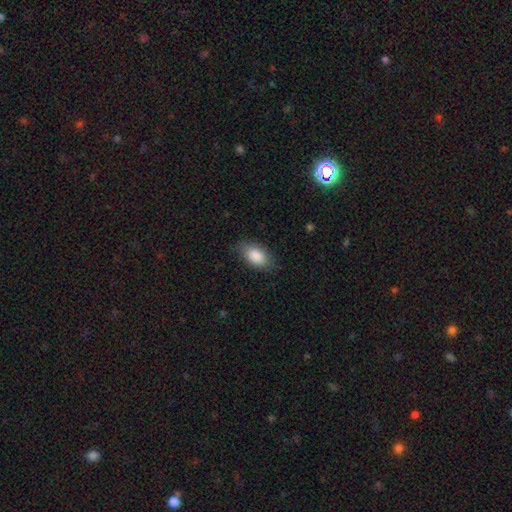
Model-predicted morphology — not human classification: The model was most divided on "merging": none: 79%, minor disturbance: 16%, major disturbance: 4%, merger: 1%. More confident: how rounded — in between (92%); smooth or featured — smooth (87%).